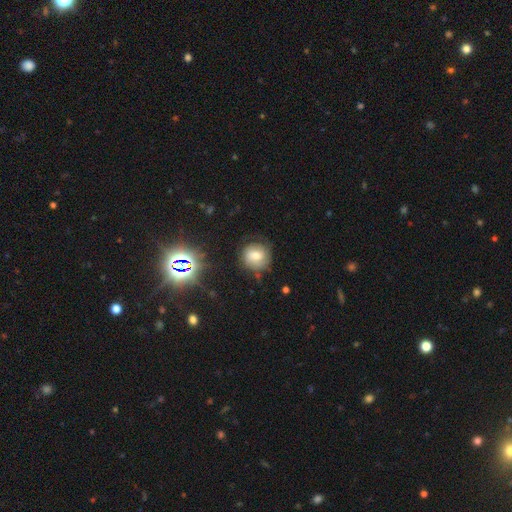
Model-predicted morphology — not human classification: Smooth or featured? Predicted: smooth (p=0.47). Merging? Predicted: none (p=0.71).